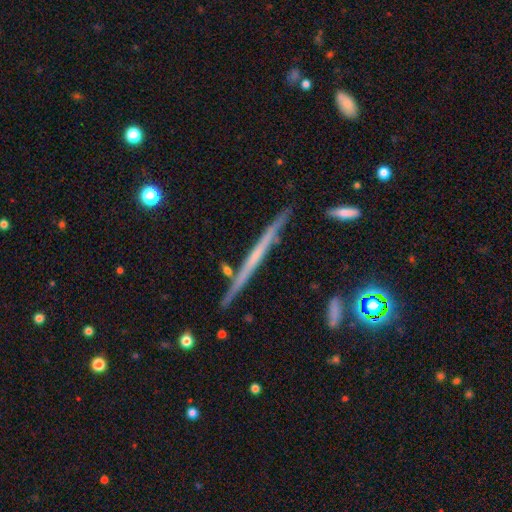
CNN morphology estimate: Smooth or featured? featured or disk (63%)
Edge-on disk? yes (97%)
Edge-on bulge? none (86%)
Merging? none (87%)